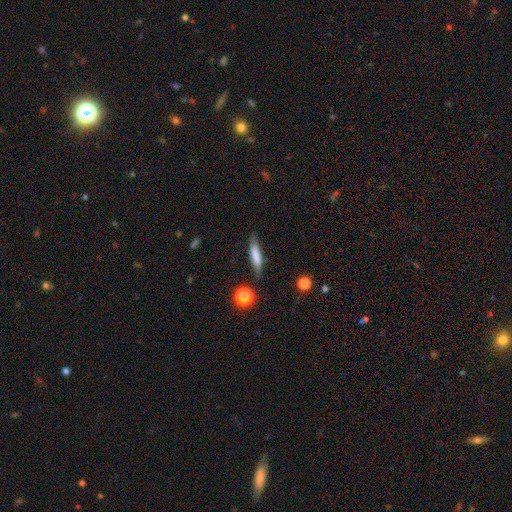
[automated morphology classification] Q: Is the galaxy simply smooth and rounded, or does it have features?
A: smooth — 71%.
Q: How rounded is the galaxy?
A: cigar-shaped — 84%.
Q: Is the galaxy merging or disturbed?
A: none — 81%.